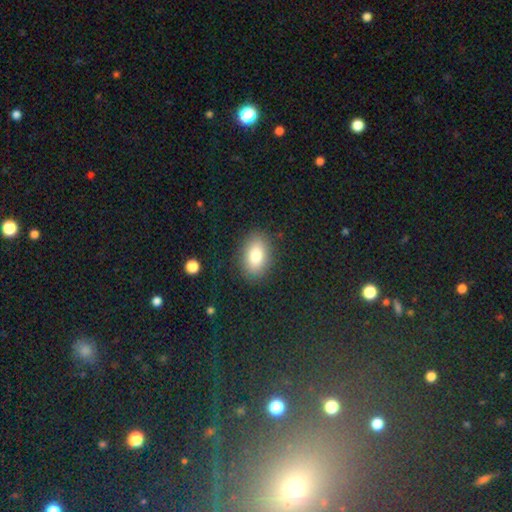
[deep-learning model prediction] smooth 81%, featured or disk 10%, star or artifact 9%. Down the decision tree: how rounded — in between (87%); merging — none (86%).